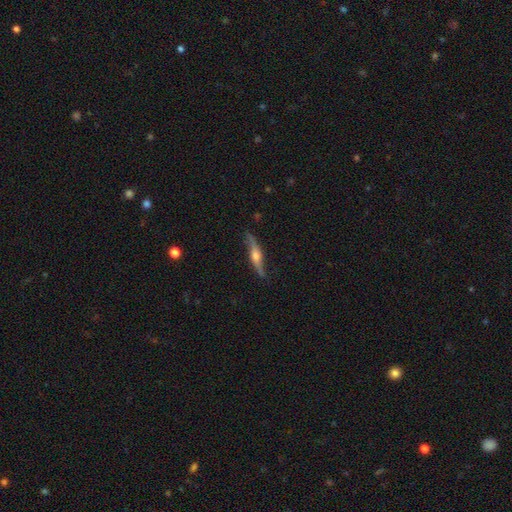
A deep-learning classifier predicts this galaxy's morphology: smooth_or_featured: featured or disk (p=0.77) [alt: smooth p=0.18]
disk_edge_on: yes (p=0.80) [alt: no p=0.20]
edge_on_bulge: rounded (p=0.90) [alt: boxy p=0.05]
merging: none (p=0.78) [alt: minor disturbance p=0.17]